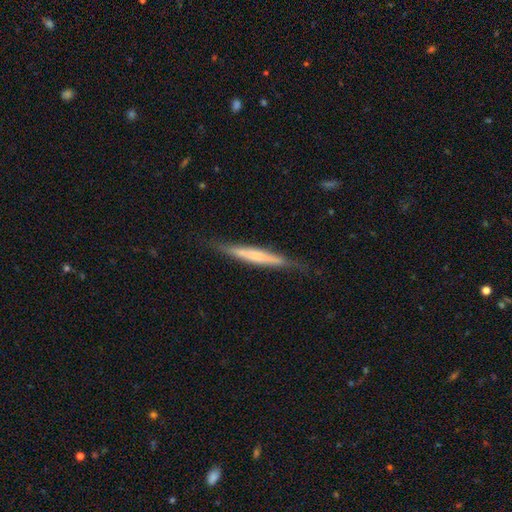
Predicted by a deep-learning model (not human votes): A featured or disk galaxy (50%).

Vote fractions:
- Smooth or featured? featured or disk: 50% / smooth: 45% / star or artifact: 6%
- Merging? none: 81% / minor disturbance: 15% / major disturbance: 3% / merger: 1%